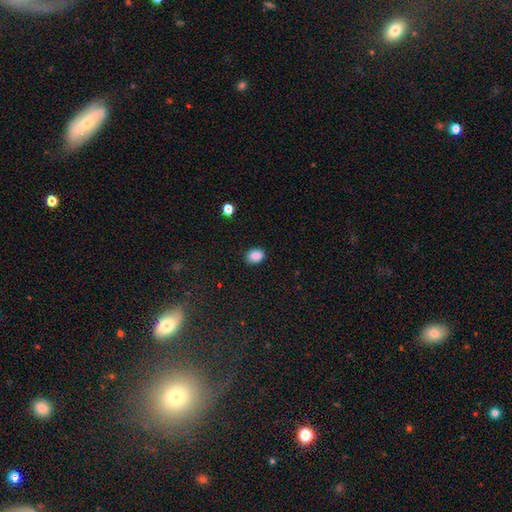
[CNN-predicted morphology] The model was most divided on "how rounded": in between: 64%, round: 35%, cigar-shaped: 1%. More confident: smooth or featured — smooth (88%); merging — none (86%).